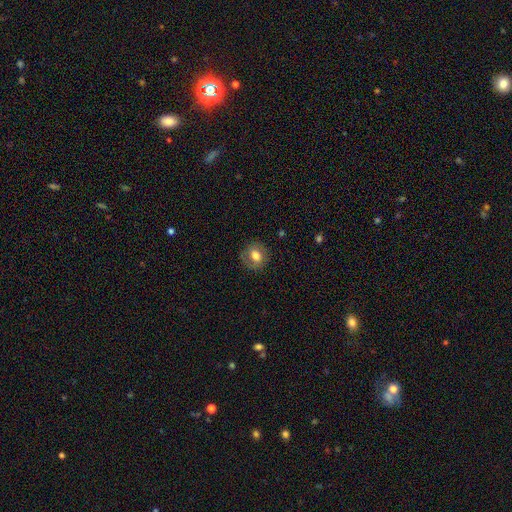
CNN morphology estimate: type=smooth (66%); roundness=round (68%); merging=none (81%).